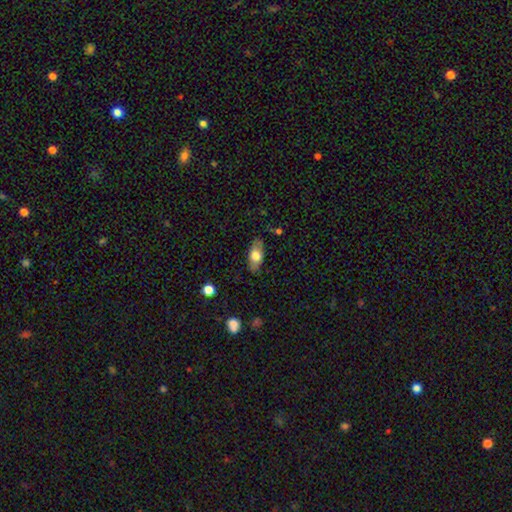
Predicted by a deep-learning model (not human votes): Smooth or featured?
  - smooth: 66% *
  - featured or disk: 28%
  - star or artifact: 7%
How rounded?
  - in between: 85% *
  - cigar-shaped: 10%
  - round: 5%
Merging?
  - none: 79% *
  - minor disturbance: 16%
  - major disturbance: 4%
  - merger: 1%